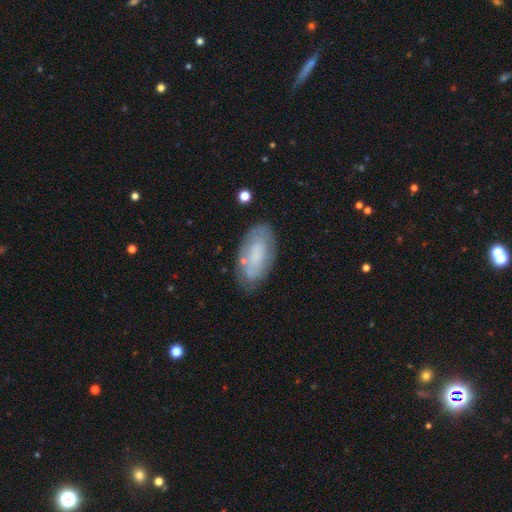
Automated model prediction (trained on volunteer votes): A smooth galaxy with no disk features (53%) that is in between round and cigar-shaped (93%).

Vote fractions:
- Smooth or featured? smooth: 53% / featured or disk: 40% / star or artifact: 8%
- How rounded? in between: 93% / cigar-shaped: 5% / round: 3%
- Merging? none: 71% / minor disturbance: 19% / major disturbance: 6% / merger: 3%